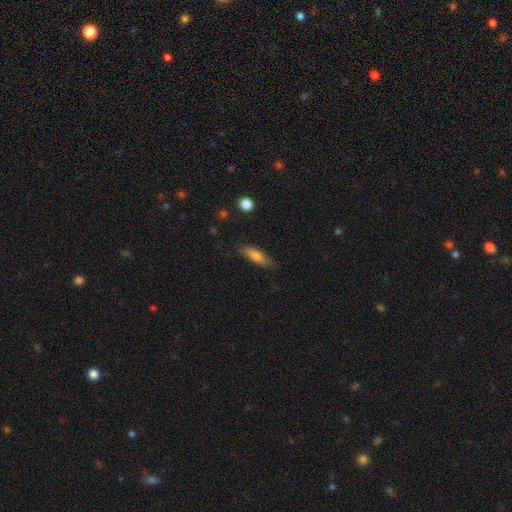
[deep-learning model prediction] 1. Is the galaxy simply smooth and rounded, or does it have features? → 75% smooth, 18% featured or disk, 7% star or artifact.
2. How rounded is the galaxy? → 58% cigar-shaped, 40% in between, 2% round.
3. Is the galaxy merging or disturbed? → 80% none, 15% minor disturbance, 3% major disturbance, 1% merger.